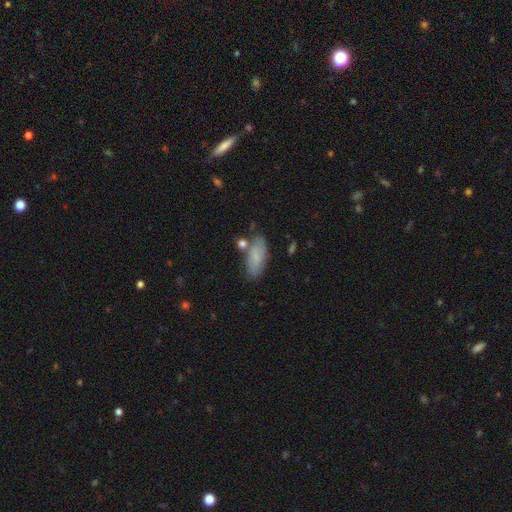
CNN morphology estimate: type=smooth (72%); roundness=in between (83%); merging=none (68%).